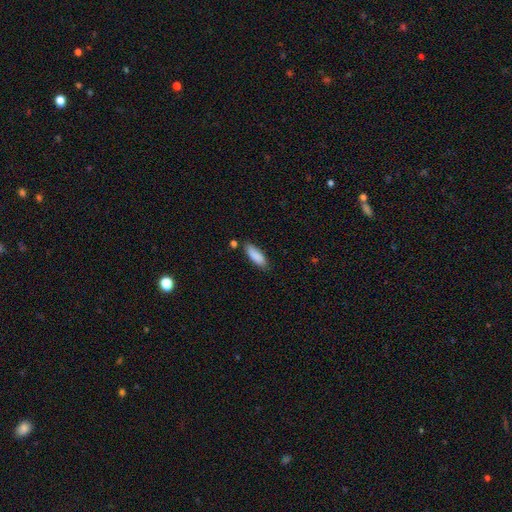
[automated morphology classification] smooth 88%, star or artifact 6%, featured or disk 6%. Down the decision tree: how rounded — in between (63%); merging — none (79%).